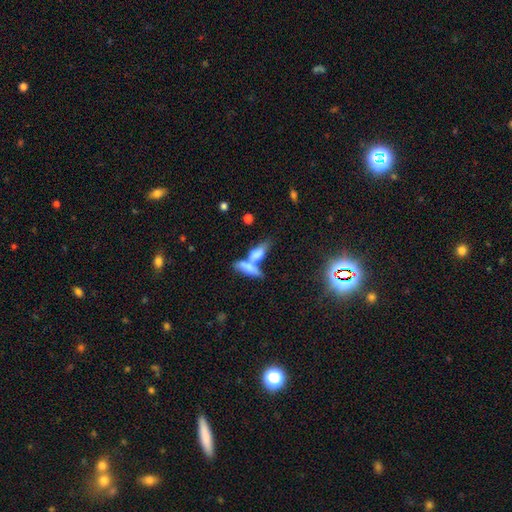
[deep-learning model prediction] Q: Smooth or featured?
A: smooth (69%); runner-up: featured or disk (22%)
Q: How rounded?
A: in between (58%); runner-up: cigar-shaped (38%)
Q: Merging?
A: merger (63%); runner-up: none (24%)